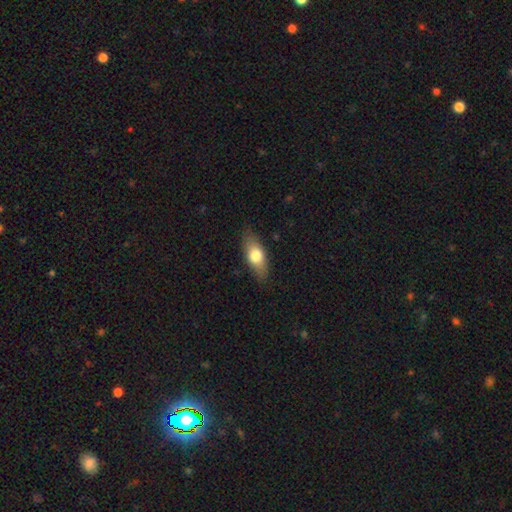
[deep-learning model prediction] Smooth or featured?
  - smooth: 71% *
  - featured or disk: 23%
  - star or artifact: 6%
How rounded?
  - in between: 81% *
  - cigar-shaped: 15%
  - round: 4%
Merging?
  - none: 83% *
  - minor disturbance: 14%
  - major disturbance: 3%
  - merger: 1%